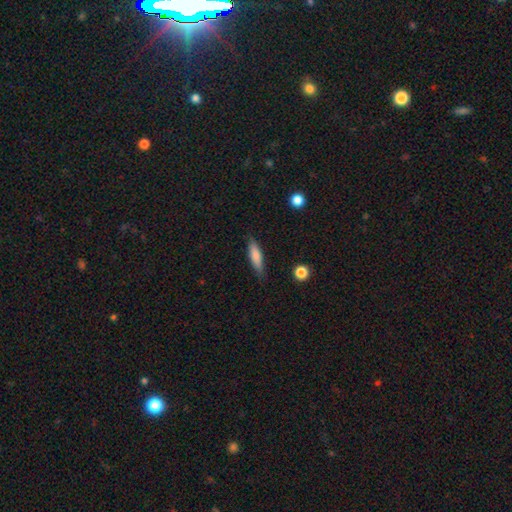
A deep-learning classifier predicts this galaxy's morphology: smooth_or_featured: smooth (p=0.73) [alt: featured or disk p=0.20]
how_rounded: cigar-shaped (p=0.68) [alt: in between p=0.30]
merging: none (p=0.83) [alt: minor disturbance p=0.13]